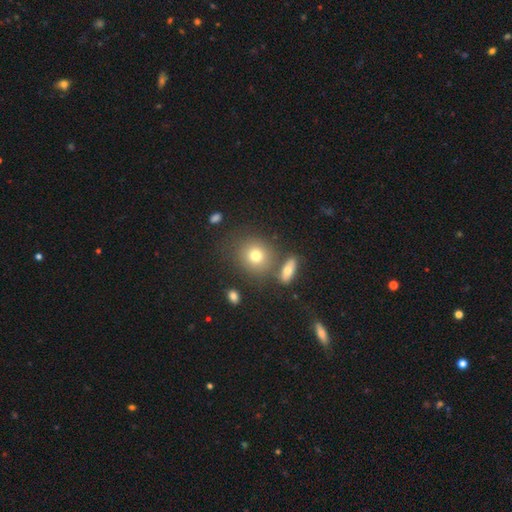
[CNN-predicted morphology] A smooth galaxy with no disk features (74%) that is round (81%). Merging: none (71%).